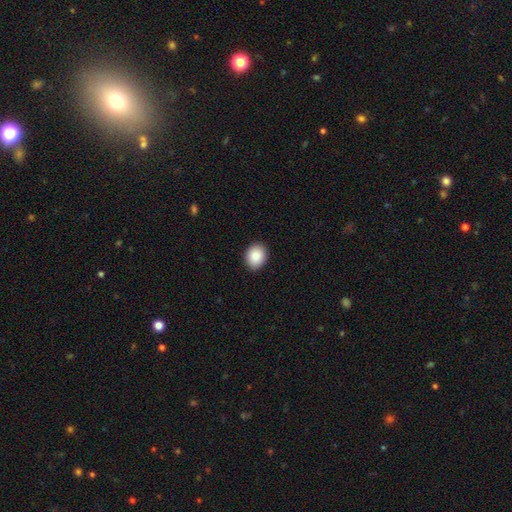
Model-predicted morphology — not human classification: Smooth or featured? smooth (87%)
How rounded? round (52%)
Merging? none (90%)